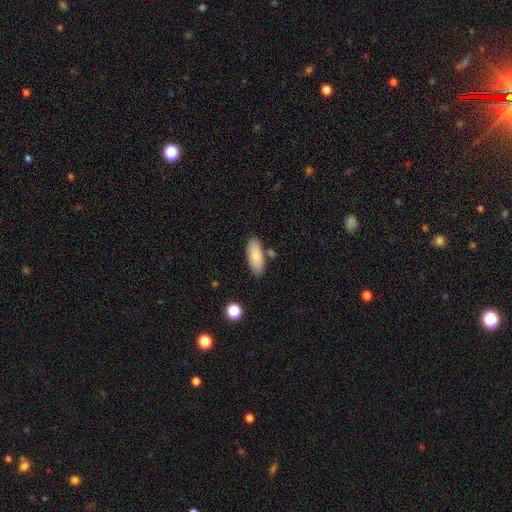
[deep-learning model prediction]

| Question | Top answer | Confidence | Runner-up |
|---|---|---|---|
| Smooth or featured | smooth | 82% | featured or disk (12%) |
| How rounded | in between | 80% | cigar-shaped (18%) |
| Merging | none | 79% | minor disturbance (12%) |